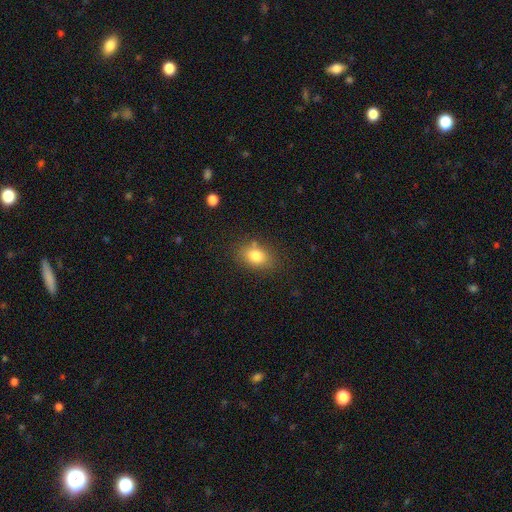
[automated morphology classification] Smooth or featured: smooth — 81% (star or artifact — 10%)
How rounded: in between — 71% (round — 27%)
Merging: none — 78% (minor disturbance — 15%)